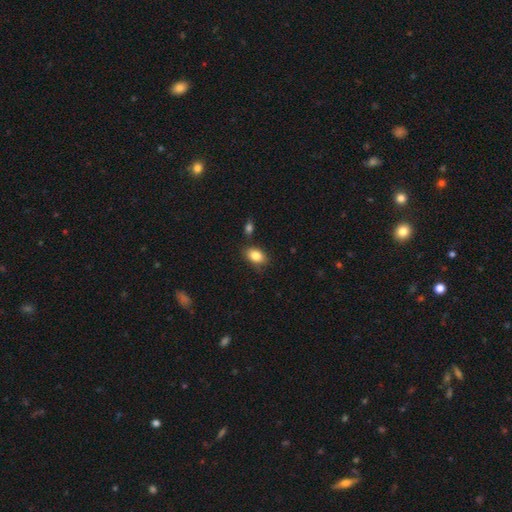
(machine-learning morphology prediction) A smooth galaxy with no disk features (84%) that is in between round and cigar-shaped (87%).

Vote fractions:
- Smooth or featured? smooth: 84% / star or artifact: 8% / featured or disk: 8%
- How rounded? in between: 87% / round: 12% / cigar-shaped: 2%
- Merging? none: 78% / minor disturbance: 14% / merger: 5% / major disturbance: 3%